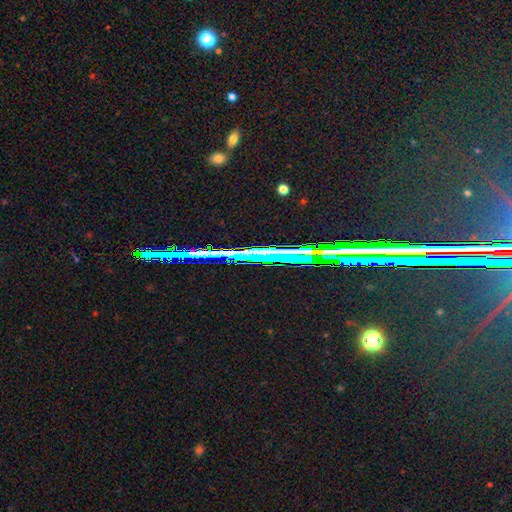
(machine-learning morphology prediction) smooth_or_featured: star or artifact (p=0.76) [alt: featured or disk p=0.14]